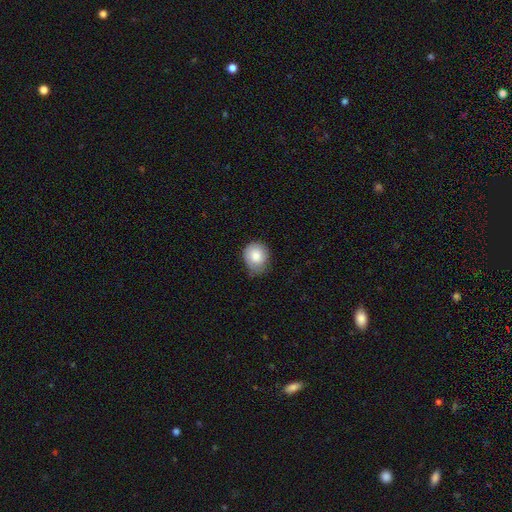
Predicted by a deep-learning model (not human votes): The model was most divided on "merging": none: 58%, minor disturbance: 34%, major disturbance: 7%, merger: 1%. More confident: smooth or featured — smooth (77%); how rounded — round (74%).